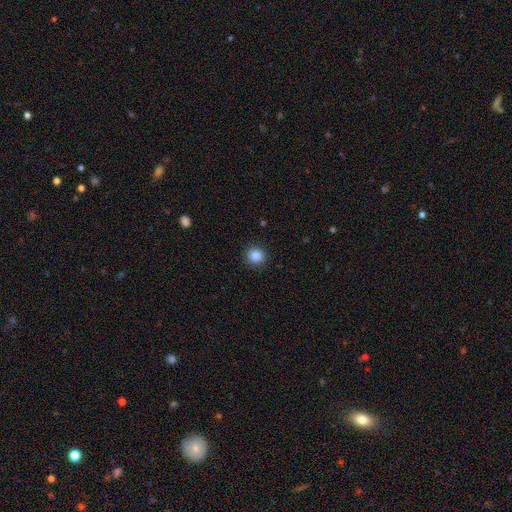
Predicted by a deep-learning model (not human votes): This is clearly a smooth galaxy (87%). How rounded: clearly round (90%). Merging: clearly none (89%).